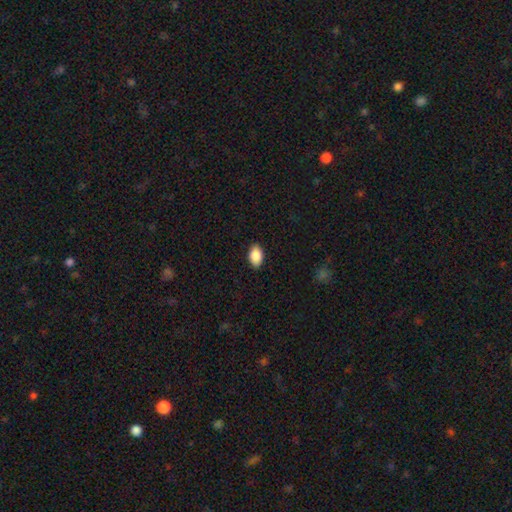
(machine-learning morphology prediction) Smooth or featured? Predicted: smooth (p=0.89). How rounded? Predicted: in between (p=0.91). Merging? Predicted: none (p=0.89).